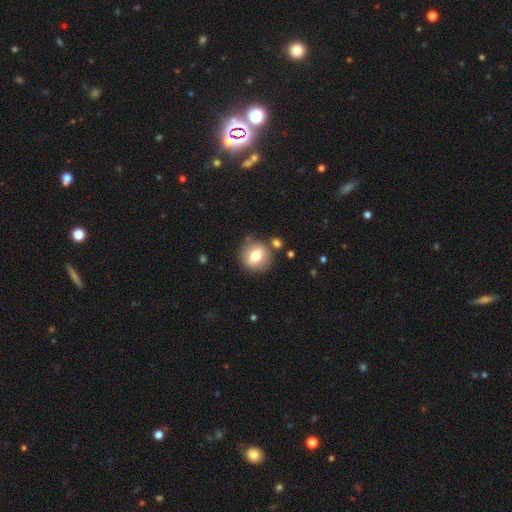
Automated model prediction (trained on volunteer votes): Q: Smooth or featured?
A: smooth (68%); runner-up: featured or disk (23%)
Q: How rounded?
A: round (82%); runner-up: in between (17%)
Q: Merging?
A: none (80%); runner-up: minor disturbance (11%)